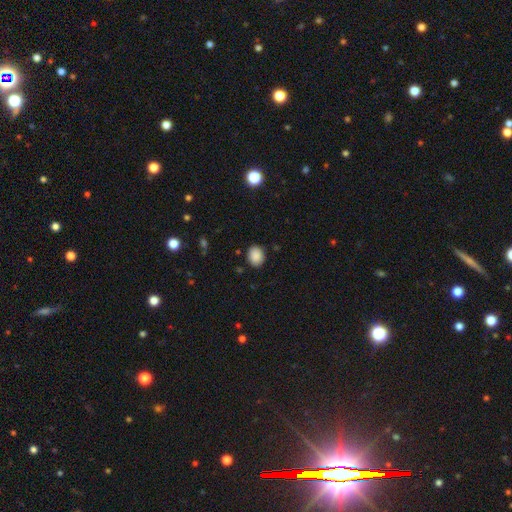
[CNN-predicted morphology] This is clearly a smooth galaxy (88%). How rounded: possibly round (54%). Merging: clearly none (86%).